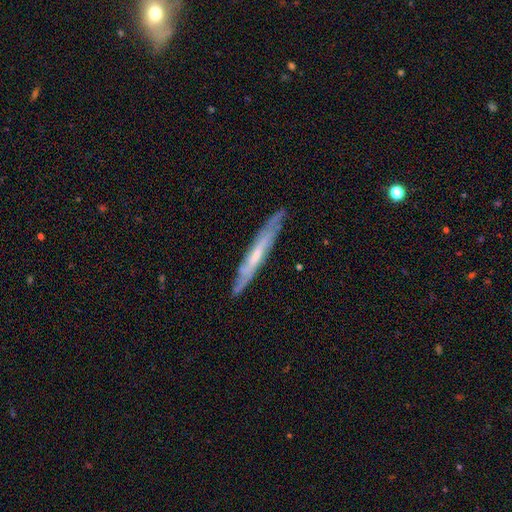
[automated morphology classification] The model was most divided on "smooth or featured": featured or disk: 67%, smooth: 27%, star or artifact: 6%. More confident: merging — none (81%); edge-on disk — yes (74%).